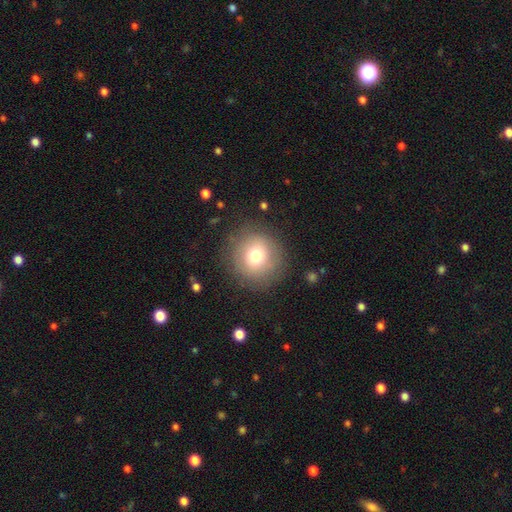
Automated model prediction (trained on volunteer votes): smooth-or-featured: smooth: 73% | featured or disk: 15% | star or artifact: 12%
  how-rounded: round: 92% | in between: 7% | cigar-shaped: 1%
  merging: none: 84% | minor disturbance: 10% | major disturbance: 5% | merger: 1%